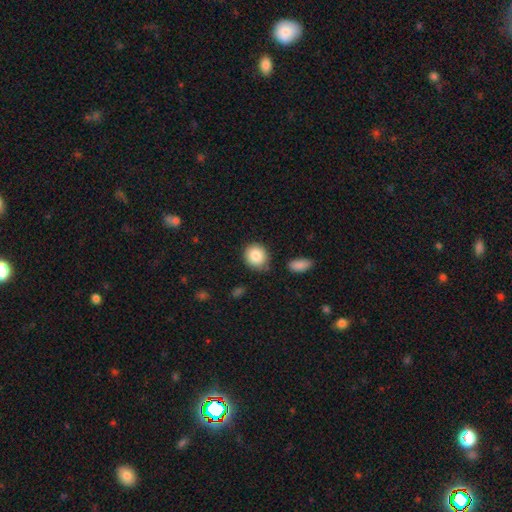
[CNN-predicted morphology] This appears to be a smooth galaxy with no disk features (86%) that is round (81%). Merging: none (79%).